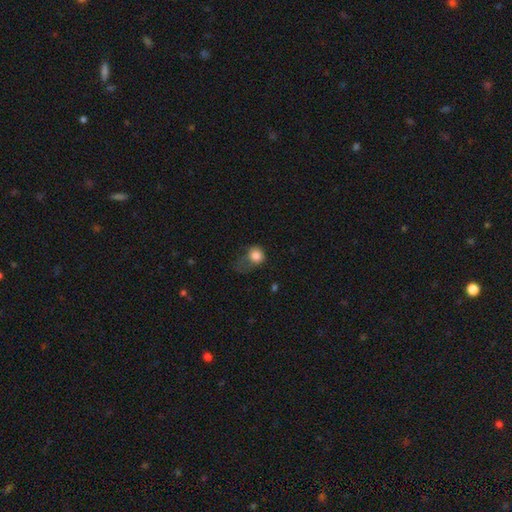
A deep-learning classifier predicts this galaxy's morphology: This appears to be a smooth galaxy with no disk features (80%) that is round (72%). Merging: major disturbance (46%).